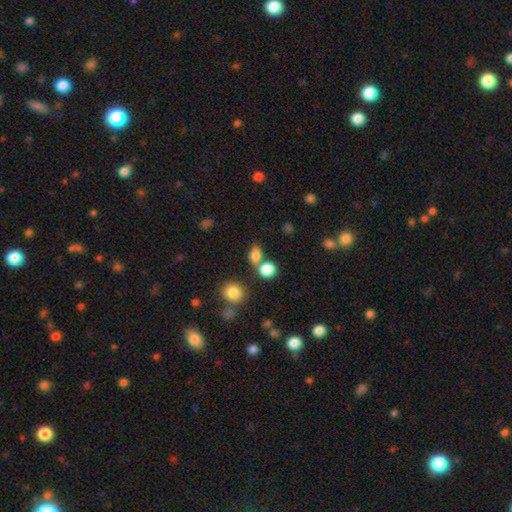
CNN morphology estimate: The model was most divided on "merging": none: 53%, merger: 32%, minor disturbance: 11%, major disturbance: 5%. More confident: smooth or featured — smooth (81%); how rounded — in between (63%).